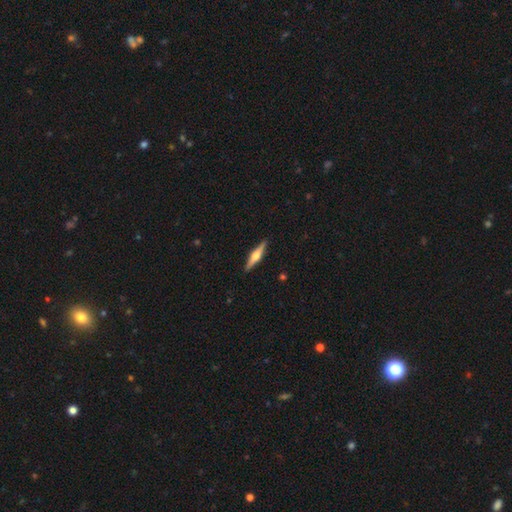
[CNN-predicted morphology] Smooth or featured? featured or disk (67%)
Edge-on disk? yes (98%)
Edge-on bulge? rounded (93%)
Merging? none (91%)